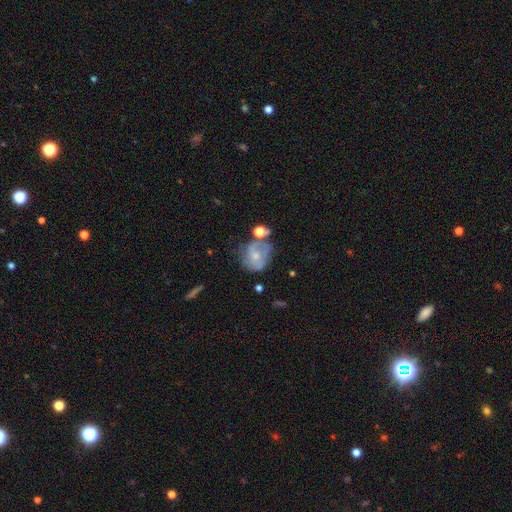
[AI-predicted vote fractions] smooth_or_featured: featured or disk (p=0.51) [alt: smooth p=0.40]
disk_edge_on: no (p=0.97) [alt: yes p=0.03]
merging: none (p=0.37) [alt: minor disturbance p=0.27]